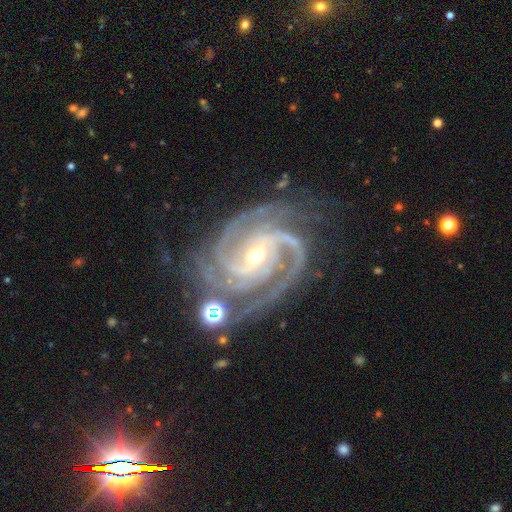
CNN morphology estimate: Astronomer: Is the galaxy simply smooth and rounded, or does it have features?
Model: featured or disk — 94%.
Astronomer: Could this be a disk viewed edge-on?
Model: no — 98%.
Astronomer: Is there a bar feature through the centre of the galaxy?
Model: weak — 39% (runner-up: strong, 38%).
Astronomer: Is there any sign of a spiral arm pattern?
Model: yes — 99%.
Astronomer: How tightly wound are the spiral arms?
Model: tight — 65%.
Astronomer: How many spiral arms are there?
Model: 3 — 44% (runner-up: 4, 22%).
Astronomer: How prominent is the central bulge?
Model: small — 58% (runner-up: moderate, 40%).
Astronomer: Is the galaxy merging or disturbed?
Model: none — 71%.